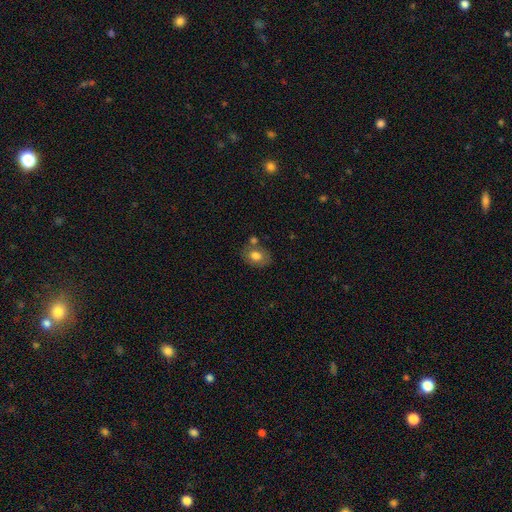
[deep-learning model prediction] A smooth galaxy with no disk features (77%) that is in between round and cigar-shaped (64%). Merging: none (63%).